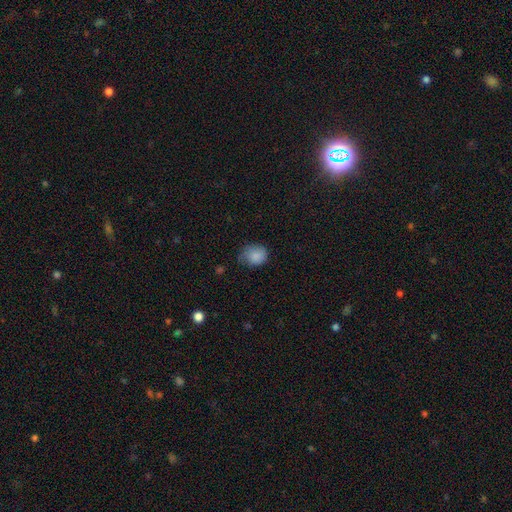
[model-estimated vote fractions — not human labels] Smooth or featured? smooth (84%)
How rounded? round (63%)
Merging? none (52%)